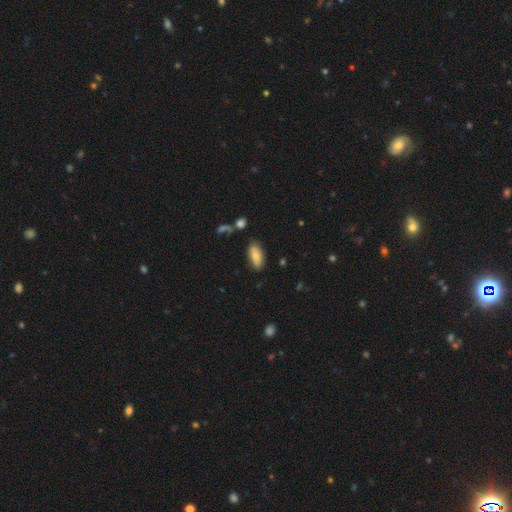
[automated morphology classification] This appears to be a smooth galaxy with no disk features (80%) that is in between round and cigar-shaped (83%). Merging: none (80%).